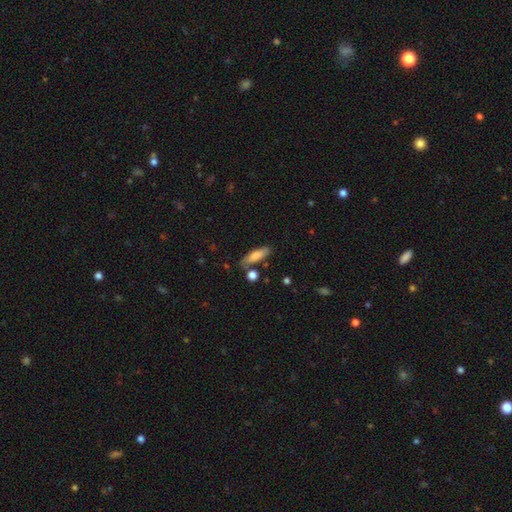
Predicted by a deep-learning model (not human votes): Morphology: type=smooth (78%); roundness=cigar-shaped (55%); merging=none (74%).